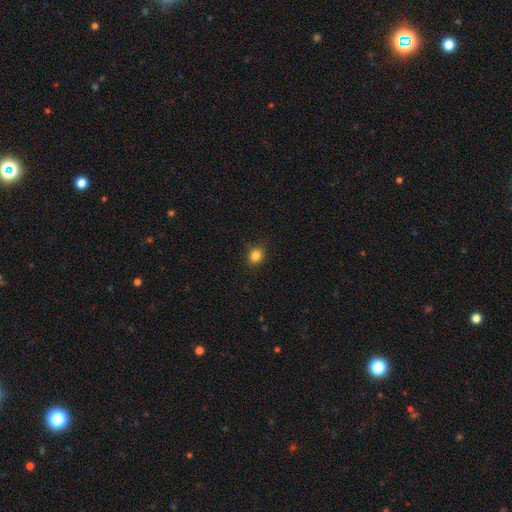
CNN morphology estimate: A smooth galaxy with no disk features (84%) that is round (69%). Merging: none (86%).